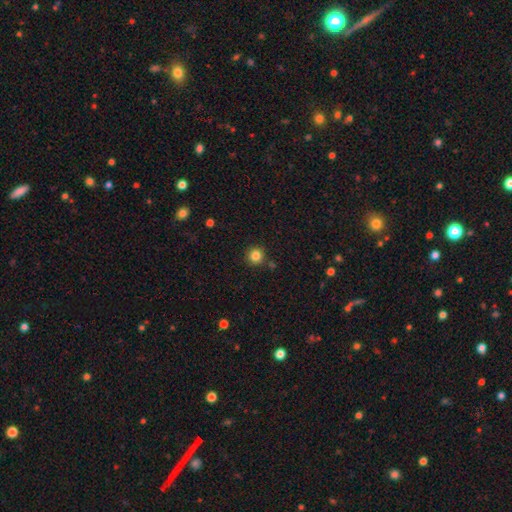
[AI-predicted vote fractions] Smooth or featured: smooth — 84% (star or artifact — 12%)
How rounded: round — 94% (in between — 5%)
Merging: none — 87% (minor disturbance — 7%)